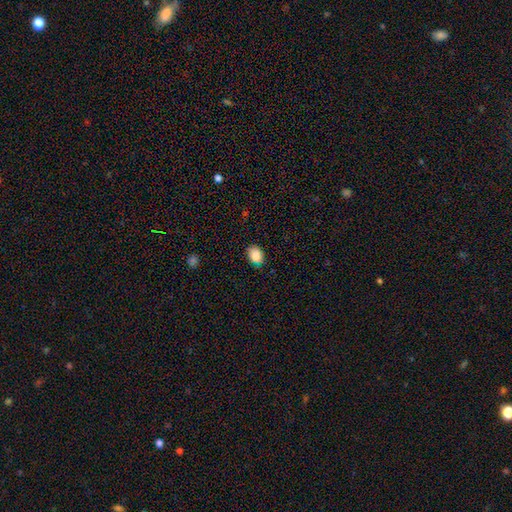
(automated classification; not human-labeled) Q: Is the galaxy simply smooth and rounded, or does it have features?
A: smooth — 87%.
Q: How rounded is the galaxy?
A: in between — 69%.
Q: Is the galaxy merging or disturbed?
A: none — 83%.